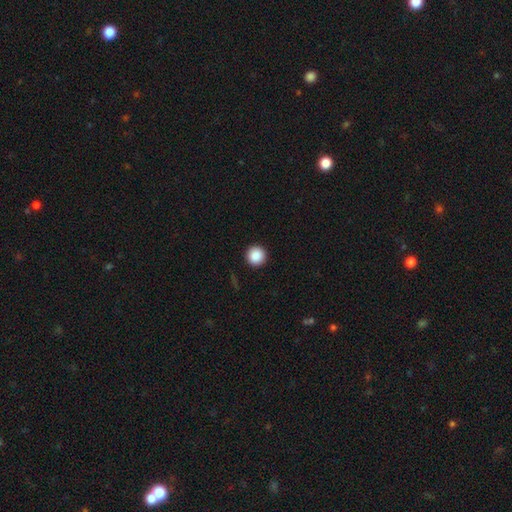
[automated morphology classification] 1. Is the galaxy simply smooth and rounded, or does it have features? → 88% smooth, 9% star or artifact, 3% featured or disk.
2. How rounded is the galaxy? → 96% round, 3% in between, 1% cigar-shaped.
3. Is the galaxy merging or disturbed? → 93% none, 4% minor disturbance, 2% major disturbance, 1% merger.